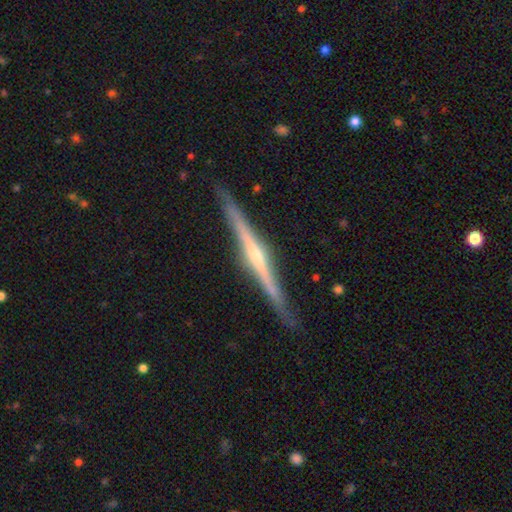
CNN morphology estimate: A featured or disk galaxy (81%) viewed edge-on (98%) with a rounded central bulge (66%). Merging: none (88%).